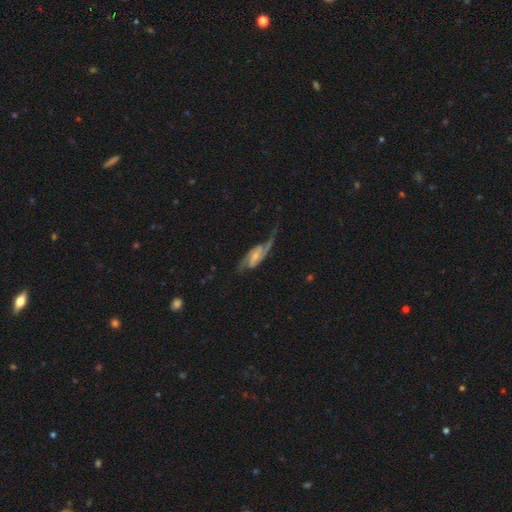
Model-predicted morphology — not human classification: featured or disk 88%, smooth 7%, star or artifact 5%. Down the decision tree: edge-on disk — no (94%); bar — weak (44%); spiral arms — yes (97%); spiral arm count — 2 (91%); spiral winding — medium (44%); bulge size — small (55%); merging — none (65%).